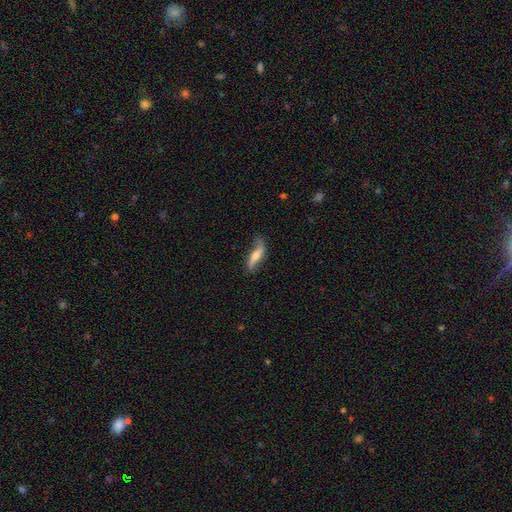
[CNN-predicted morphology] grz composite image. It shows a featured or disk galaxy (64%). Merging: none (69%).